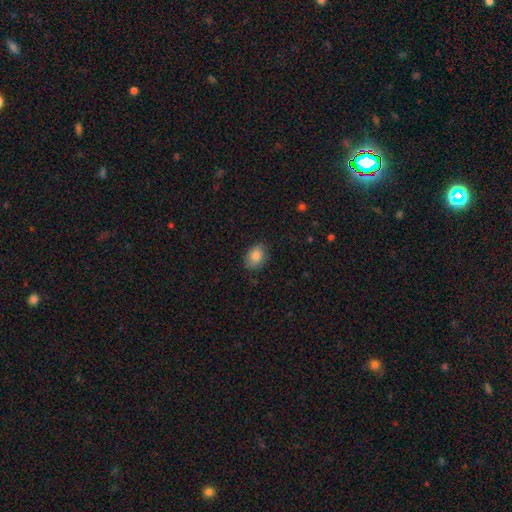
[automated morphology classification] Smooth or featured?
  - smooth: 84% *
  - featured or disk: 8%
  - star or artifact: 8%
How rounded?
  - in between: 66% *
  - round: 33%
  - cigar-shaped: 1%
Merging?
  - none: 81% *
  - minor disturbance: 15%
  - major disturbance: 3%
  - merger: 1%